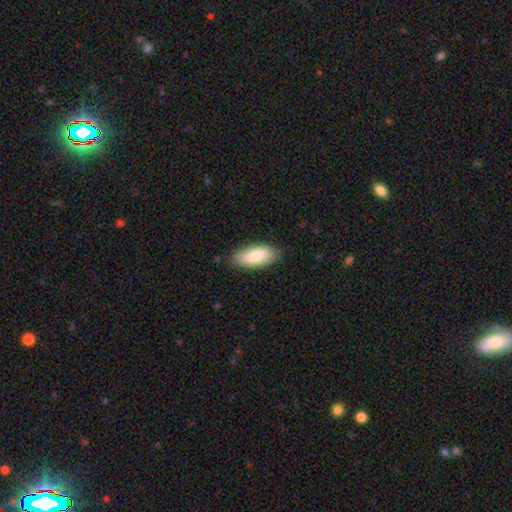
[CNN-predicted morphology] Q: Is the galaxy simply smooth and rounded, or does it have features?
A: smooth — 79%.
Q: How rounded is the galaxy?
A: in between — 82%.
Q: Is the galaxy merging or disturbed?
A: none — 83%.